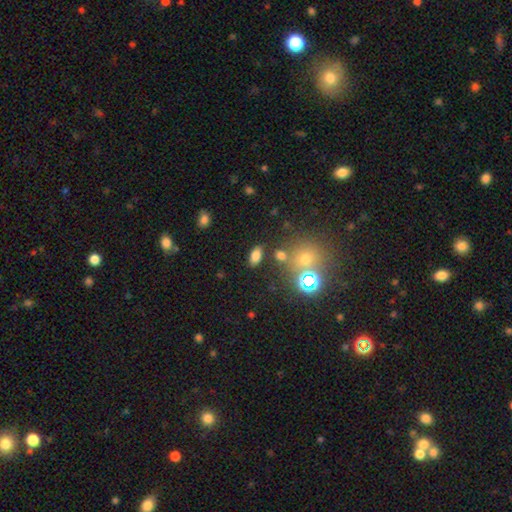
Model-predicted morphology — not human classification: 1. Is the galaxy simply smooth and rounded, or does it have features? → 74% smooth, 17% star or artifact, 9% featured or disk.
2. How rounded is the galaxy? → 86% in between, 8% round, 6% cigar-shaped.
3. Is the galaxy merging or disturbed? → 79% none, 11% minor disturbance, 6% merger, 4% major disturbance.